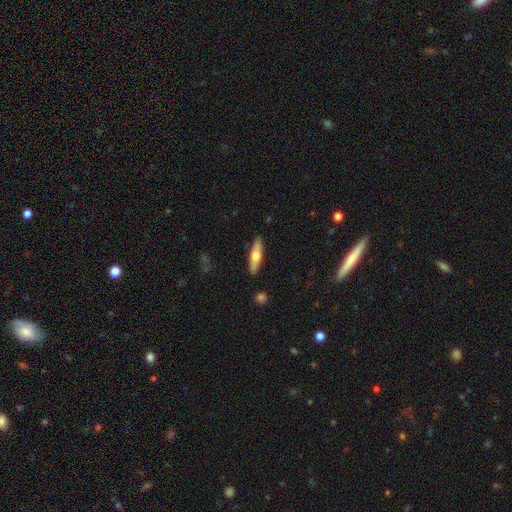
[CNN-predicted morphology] smooth 52%, featured or disk 43%, star or artifact 6%. Down the decision tree: how rounded — cigar-shaped (70%); merging — none (90%).